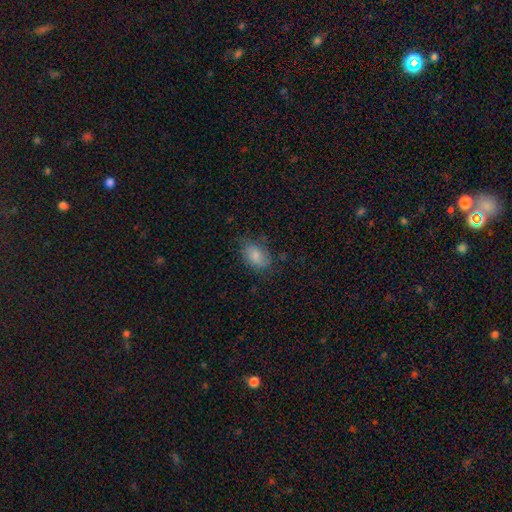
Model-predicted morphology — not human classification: smooth-or-featured: smooth: 78% | featured or disk: 14% | star or artifact: 8%
  how-rounded: in between: 86% | round: 12% | cigar-shaped: 2%
  merging: none: 62% | minor disturbance: 27% | major disturbance: 10% | merger: 2%